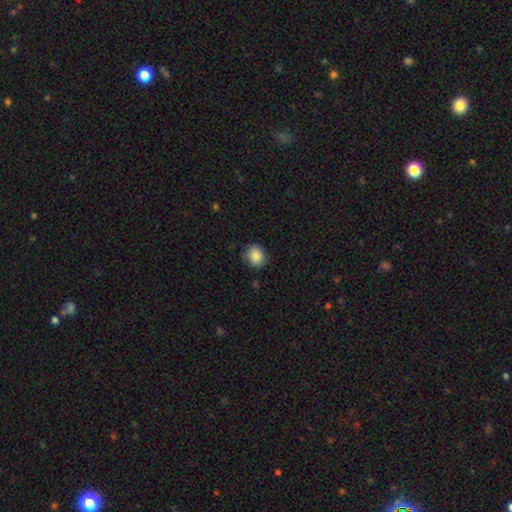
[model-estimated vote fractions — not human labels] Smooth or featured?
  - smooth: 85% *
  - star or artifact: 8%
  - featured or disk: 7%
How rounded?
  - round: 75% *
  - in between: 24%
  - cigar-shaped: 1%
Merging?
  - none: 80% *
  - minor disturbance: 15%
  - major disturbance: 4%
  - merger: 1%